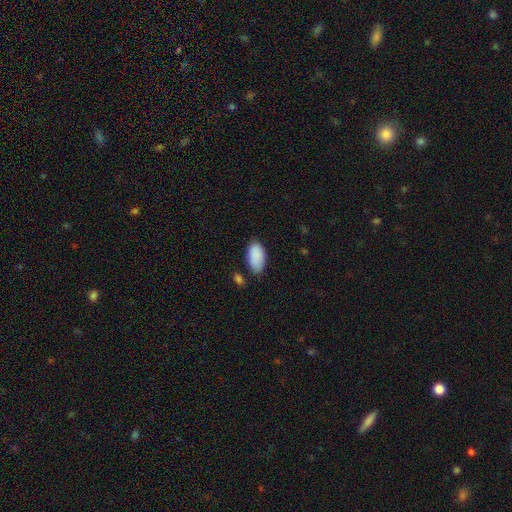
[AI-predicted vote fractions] Q: Smooth or featured?
A: smooth (90%); runner-up: star or artifact (6%)
Q: How rounded?
A: in between (95%); runner-up: cigar-shaped (2%)
Q: Merging?
A: none (72%); runner-up: minor disturbance (20%)